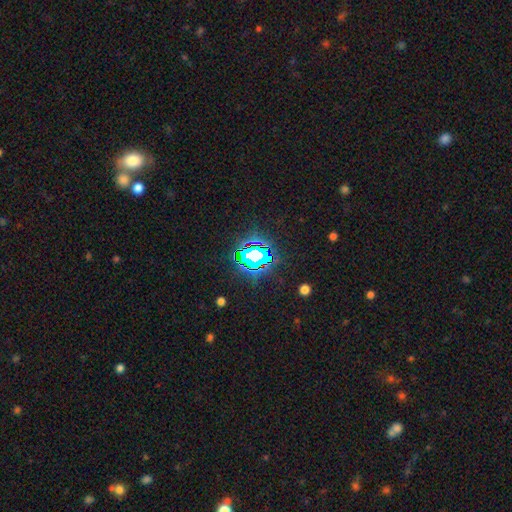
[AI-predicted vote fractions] Q: Smooth or featured?
A: star or artifact (74%); runner-up: smooth (14%)